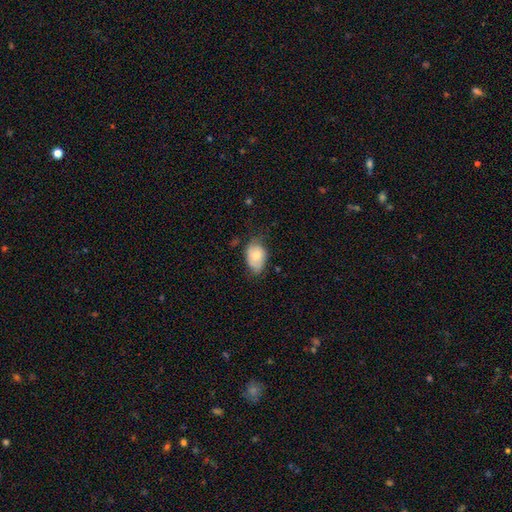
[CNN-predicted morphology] This appears to be a smooth galaxy with no disk features (72%) that is in between round and cigar-shaped (85%). Merging: none (55%).